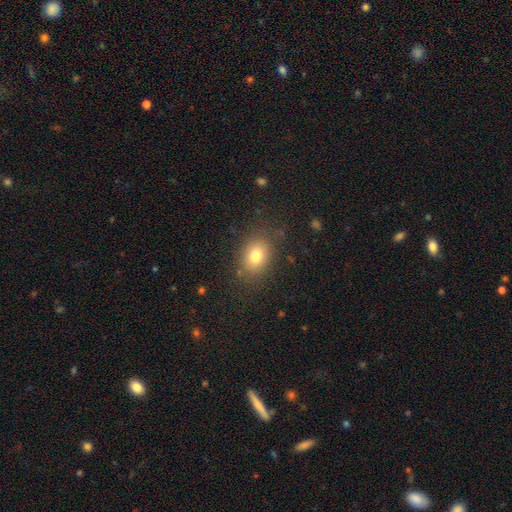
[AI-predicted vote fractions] Smooth or featured?
  - smooth: 78% *
  - star or artifact: 12%
  - featured or disk: 11%
How rounded?
  - in between: 62% *
  - round: 36%
  - cigar-shaped: 1%
Merging?
  - none: 81% *
  - minor disturbance: 12%
  - major disturbance: 5%
  - merger: 2%